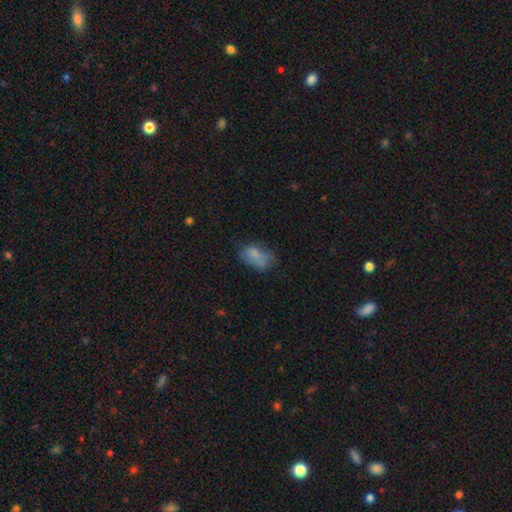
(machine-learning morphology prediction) smooth_or_featured: smooth (p=0.65) [alt: featured or disk p=0.24]
how_rounded: in between (p=0.88) [alt: round p=0.10]
merging: none (p=0.40) [alt: minor disturbance p=0.29]